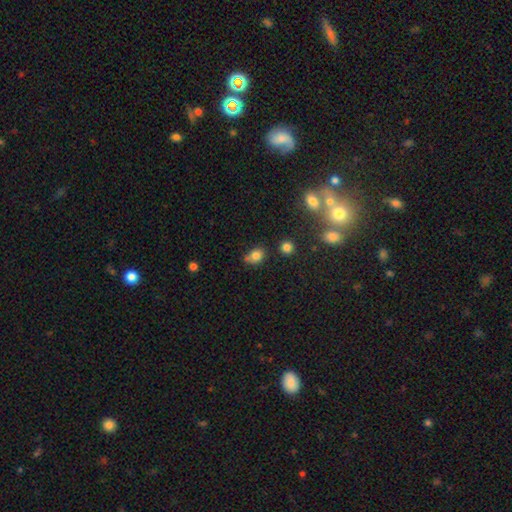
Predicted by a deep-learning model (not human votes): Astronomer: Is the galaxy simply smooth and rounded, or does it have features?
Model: smooth — 80%.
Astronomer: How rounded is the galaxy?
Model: in between — 57% (runner-up: round, 41%).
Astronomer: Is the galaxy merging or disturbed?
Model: none — 60%.